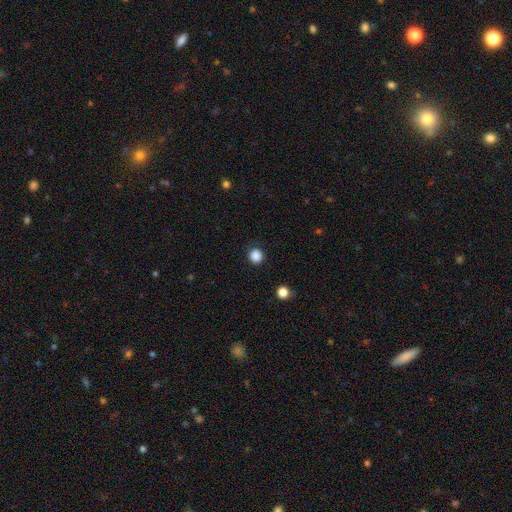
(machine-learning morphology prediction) Smooth or featured: smooth — 86% (star or artifact — 11%)
How rounded: round — 90% (in between — 9%)
Merging: none — 88% (minor disturbance — 8%)